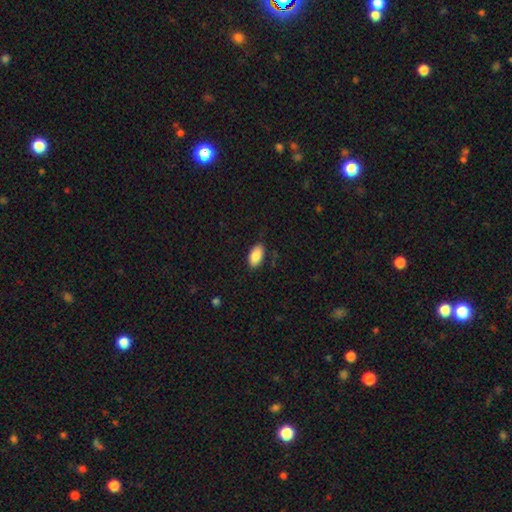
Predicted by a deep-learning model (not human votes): This is clearly a smooth galaxy (88%). How rounded: clearly in between (94%). Merging: clearly none (82%).